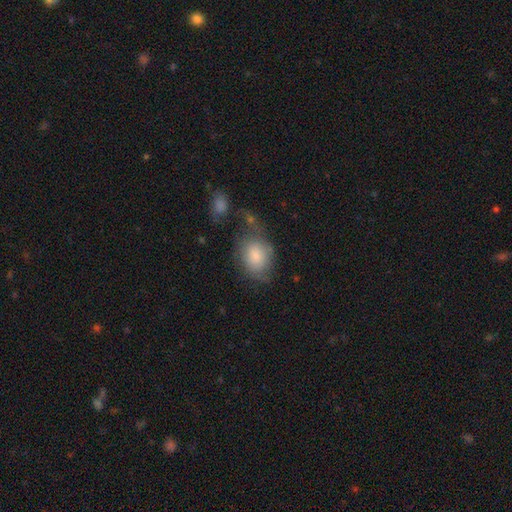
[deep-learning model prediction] smooth_or_featured: smooth (p=0.79) [alt: featured or disk p=0.14]
how_rounded: in between (p=0.64) [alt: round p=0.35]
merging: none (p=0.40) [alt: minor disturbance p=0.24]